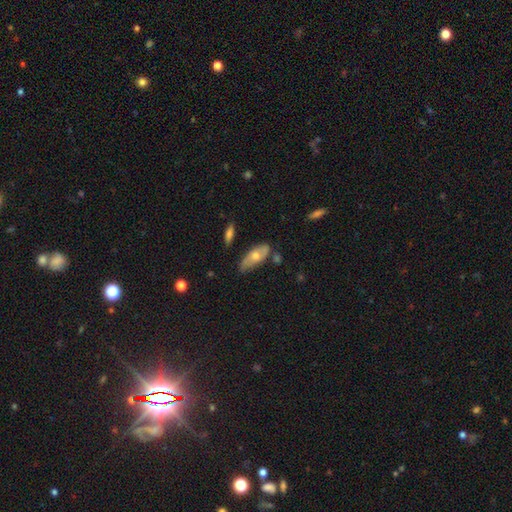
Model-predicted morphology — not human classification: Smooth or featured? Predicted: smooth (p=0.52). How rounded? Predicted: in between (p=0.77). Merging? Predicted: none (p=0.64).